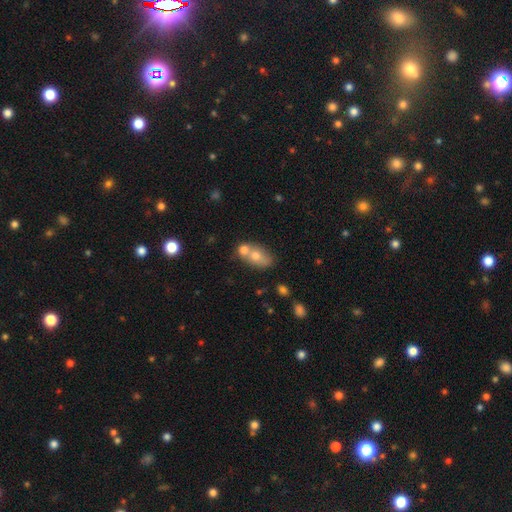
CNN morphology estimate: Smooth or featured? smooth (68%)
How rounded? in between (76%)
Merging? merger (52%)